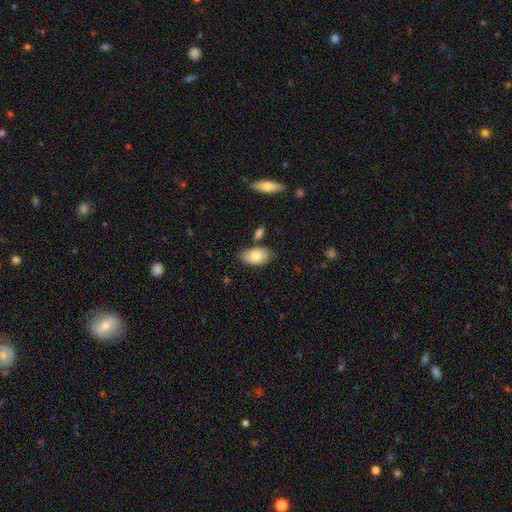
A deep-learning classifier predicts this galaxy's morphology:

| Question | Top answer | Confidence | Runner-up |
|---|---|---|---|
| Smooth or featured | smooth | 77% | featured or disk (17%) |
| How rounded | in between | 92% | round (7%) |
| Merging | none | 72% | minor disturbance (18%) |